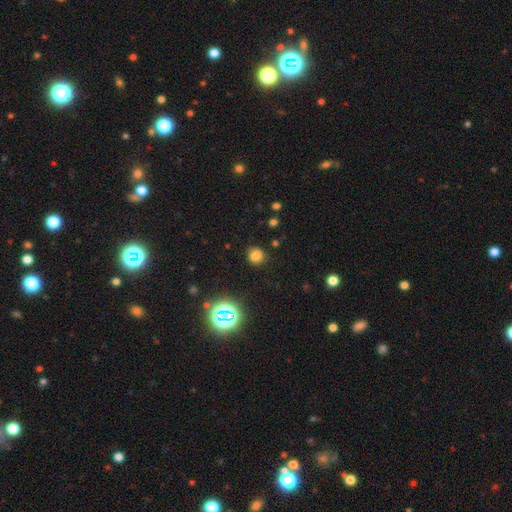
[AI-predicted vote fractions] A smooth galaxy with no disk features (73%) that is round (81%).

Vote fractions:
- Smooth or featured? smooth: 73% / star or artifact: 21% / featured or disk: 6%
- How rounded? round: 81% / in between: 18% / cigar-shaped: 1%
- Merging? none: 84% / minor disturbance: 11% / major disturbance: 4% / merger: 2%